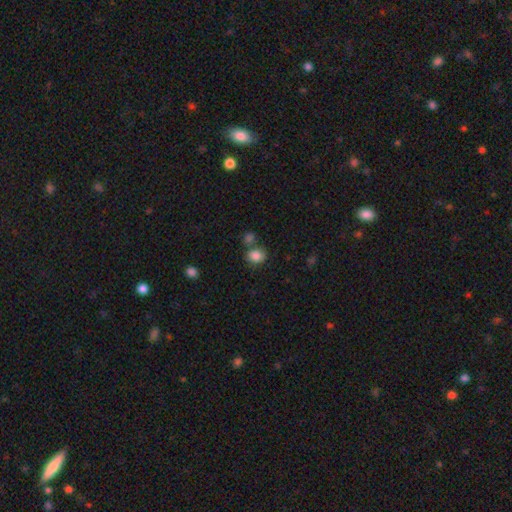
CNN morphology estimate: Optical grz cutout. It shows a smooth galaxy with no disk features (85%) that is round (55%). Merging: none (62%).